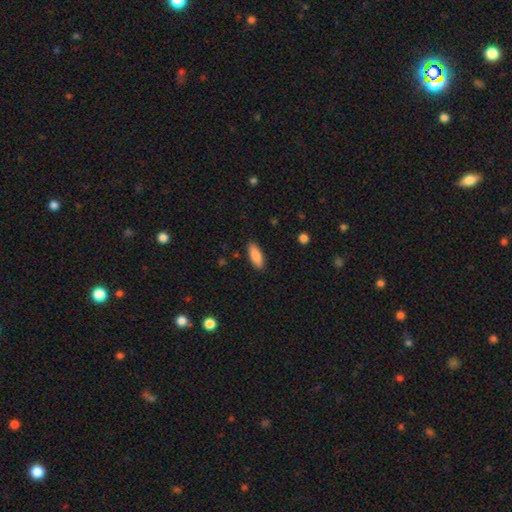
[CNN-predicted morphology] smooth_or_featured: smooth (p=0.87) [alt: featured or disk p=0.07]
how_rounded: in between (p=0.75) [alt: cigar-shaped p=0.23]
merging: none (p=0.88) [alt: minor disturbance p=0.09]